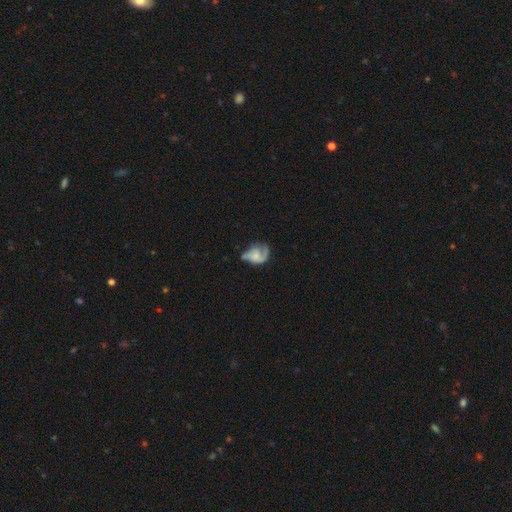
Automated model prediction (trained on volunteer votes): Smooth or featured? Predicted: featured or disk (p=0.61). Edge-on disk? Predicted: no (p=0.97). Bar? Predicted: no (p=0.71). Spiral arms? Predicted: yes (p=0.83). Bulge size? Predicted: small (p=0.43). Merging? Predicted: none (p=0.35).